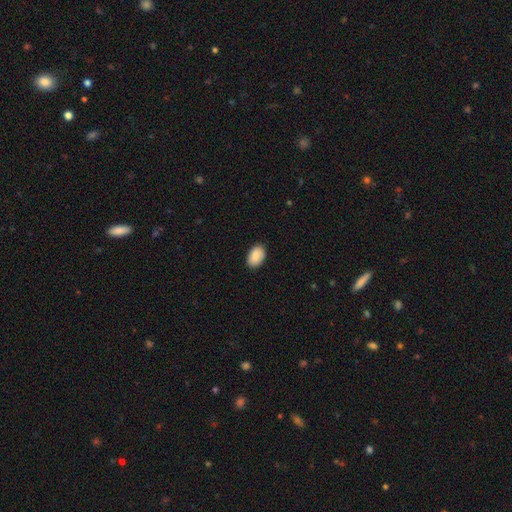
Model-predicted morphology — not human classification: This is clearly a smooth galaxy (85%). How rounded: clearly in between (88%). Merging: clearly none (87%).